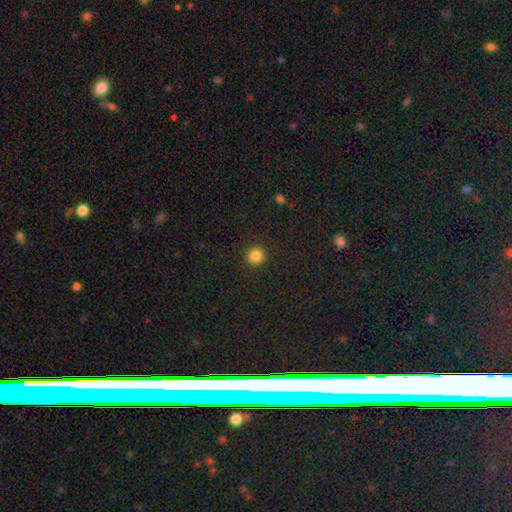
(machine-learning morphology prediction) This appears to be a smooth galaxy with no disk features (85%) that is round (95%). Merging: none (92%).